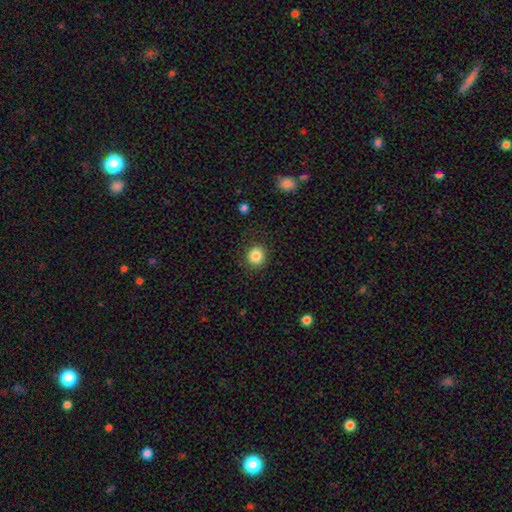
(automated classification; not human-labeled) The model was most divided on "smooth or featured": smooth: 85%, star or artifact: 11%, featured or disk: 5%. More confident: how rounded — round (89%); merging — none (88%).